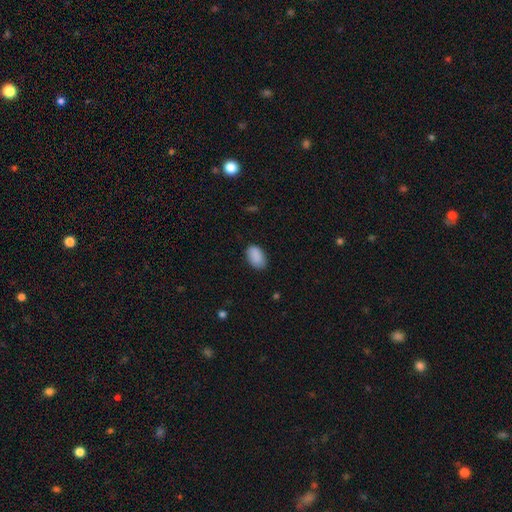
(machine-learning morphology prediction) This appears to be a smooth galaxy with no disk features (89%) that is in between round and cigar-shaped (91%). Merging: none (83%).